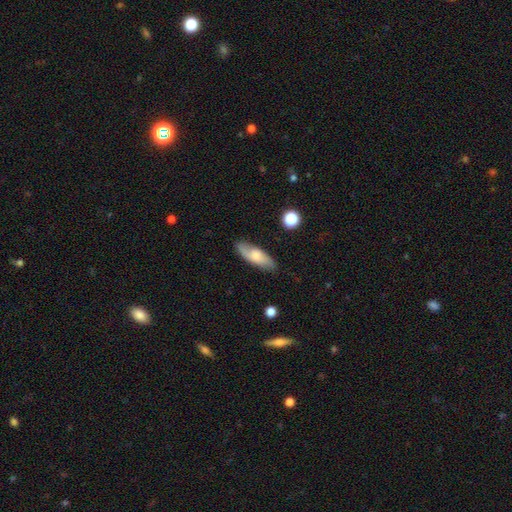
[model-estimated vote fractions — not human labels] A smooth galaxy with no disk features (60%) that is in between round and cigar-shaped (67%). Merging: none (79%).